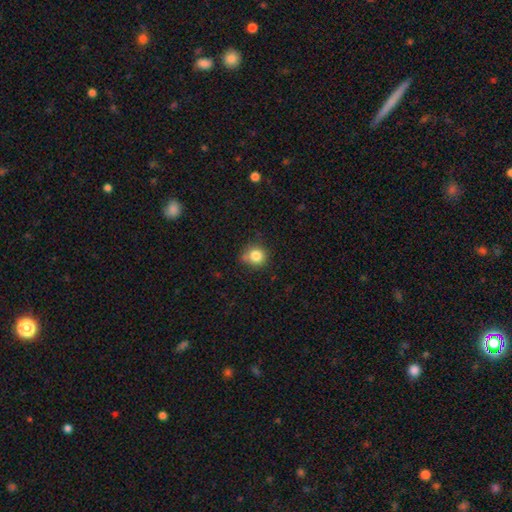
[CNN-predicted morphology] Smooth or featured?
  - smooth: 83% *
  - star or artifact: 11%
  - featured or disk: 6%
How rounded?
  - round: 86% *
  - in between: 13%
  - cigar-shaped: 1%
Merging?
  - none: 71% *
  - minor disturbance: 22%
  - major disturbance: 4%
  - merger: 3%